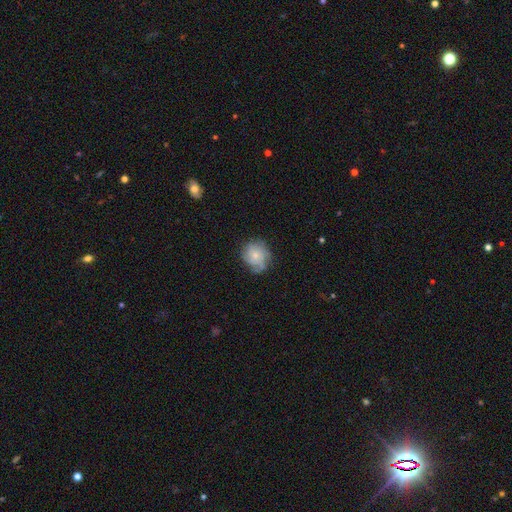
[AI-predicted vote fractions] The model was most divided on "smooth or featured": featured or disk: 50%, smooth: 41%, star or artifact: 9%. More confident: merging — none (65%).